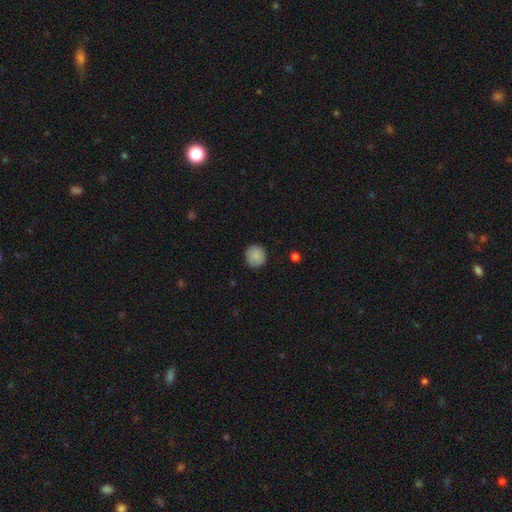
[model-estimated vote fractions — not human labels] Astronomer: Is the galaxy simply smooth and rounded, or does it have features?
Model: smooth — 88%.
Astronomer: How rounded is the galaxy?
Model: round — 93%.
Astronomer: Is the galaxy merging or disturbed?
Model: none — 90%.